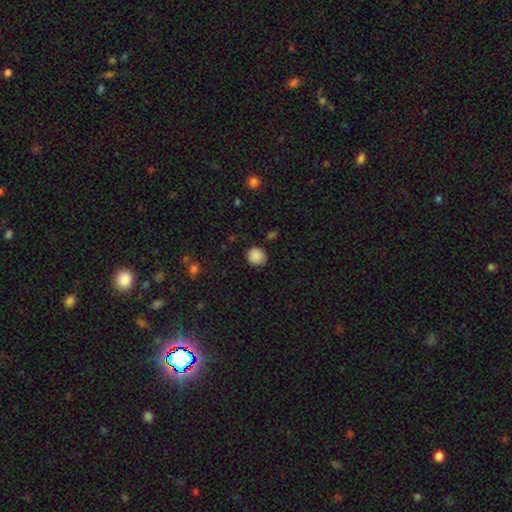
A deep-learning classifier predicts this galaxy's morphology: type=smooth (88%); roundness=round (83%); merging=none (84%).